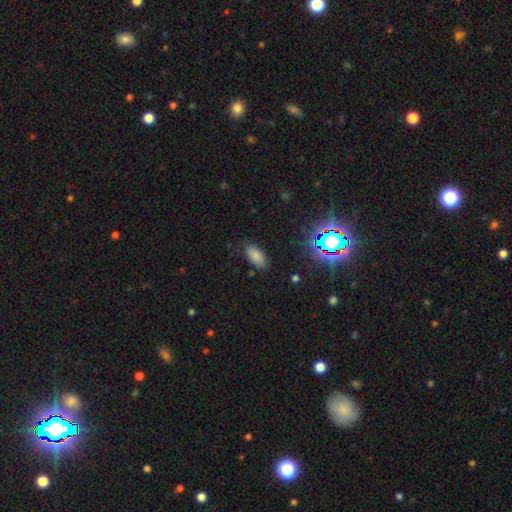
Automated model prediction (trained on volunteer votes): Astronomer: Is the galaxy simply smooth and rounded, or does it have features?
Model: smooth — 79%.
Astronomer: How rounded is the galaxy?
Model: in between — 92%.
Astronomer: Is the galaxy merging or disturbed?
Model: none — 82%.